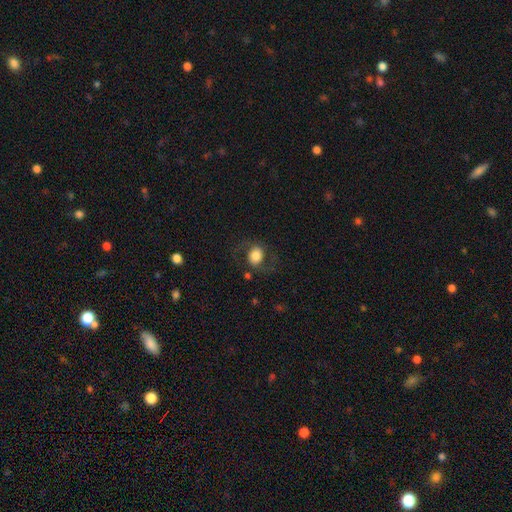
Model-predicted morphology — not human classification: type=smooth (57%); roundness=round (59%); merging=none (69%).